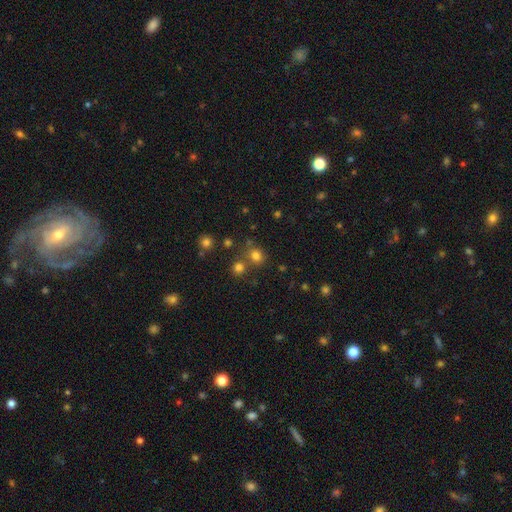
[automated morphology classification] Smooth or featured: smooth — 75% (star or artifact — 19%)
How rounded: round — 80% (in between — 19%)
Merging: none — 68% (merger — 20%)